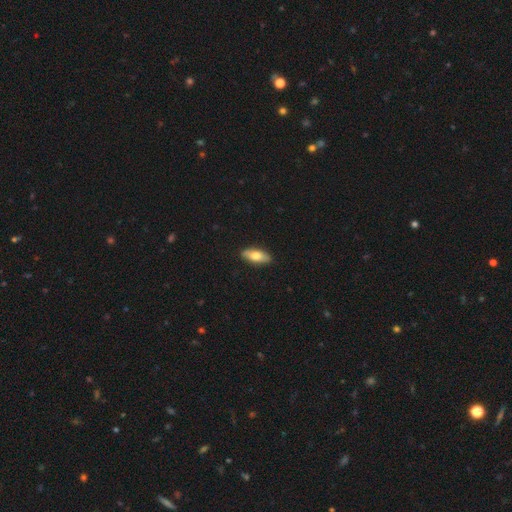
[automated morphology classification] smooth-or-featured: smooth: 69% | featured or disk: 25% | star or artifact: 6%
  how-rounded: in between: 73% | cigar-shaped: 24% | round: 3%
  merging: none: 88% | minor disturbance: 9% | major disturbance: 2% | merger: 1%